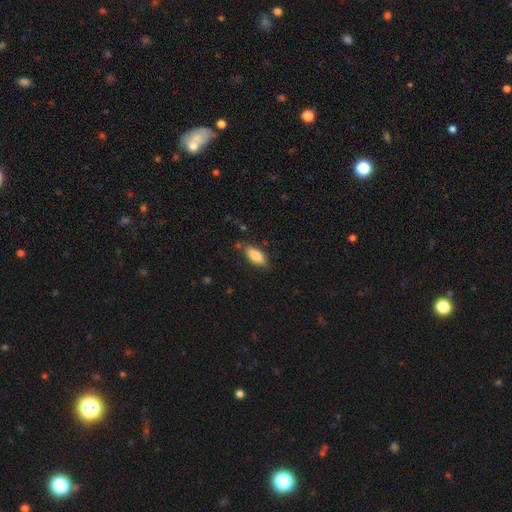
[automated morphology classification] A smooth galaxy with no disk features (80%) that is in between round and cigar-shaped (78%). Merging: none (78%).